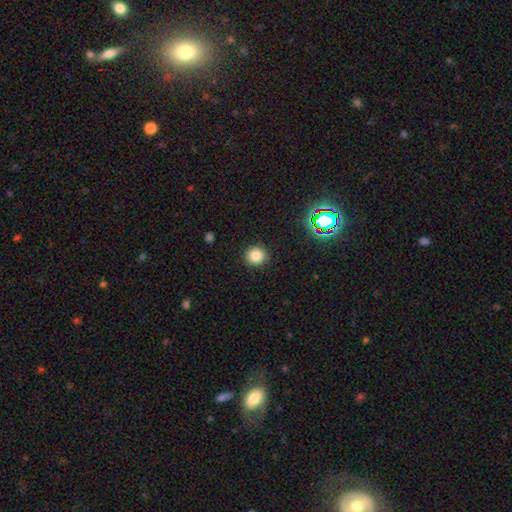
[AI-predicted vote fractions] Q: Smooth or featured?
A: smooth (83%); runner-up: star or artifact (13%)
Q: How rounded?
A: round (91%); runner-up: in between (8%)
Q: Merging?
A: none (91%); runner-up: minor disturbance (6%)